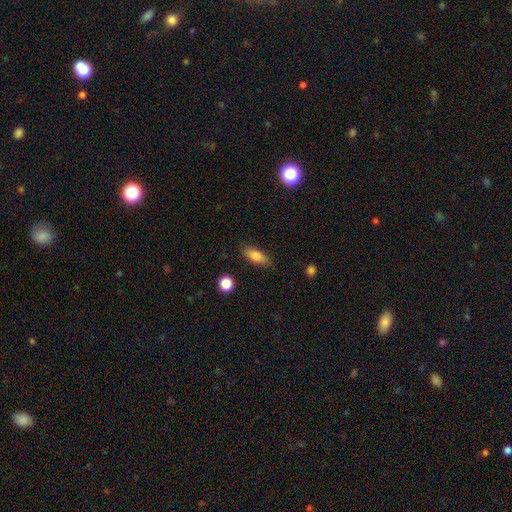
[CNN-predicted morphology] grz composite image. It shows a smooth galaxy with no disk features (81%) that is in between round and cigar-shaped (78%). Merging: none (84%).